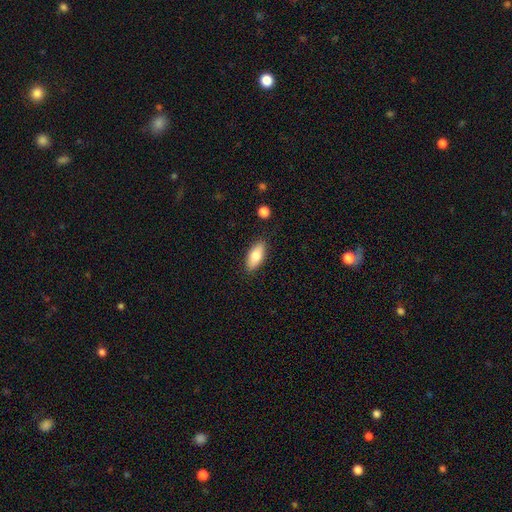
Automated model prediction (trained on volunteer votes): smooth-or-featured: smooth: 79% | featured or disk: 15% | star or artifact: 6%
  how-rounded: in between: 84% | cigar-shaped: 14% | round: 3%
  merging: none: 87% | minor disturbance: 9% | major disturbance: 2% | merger: 2%